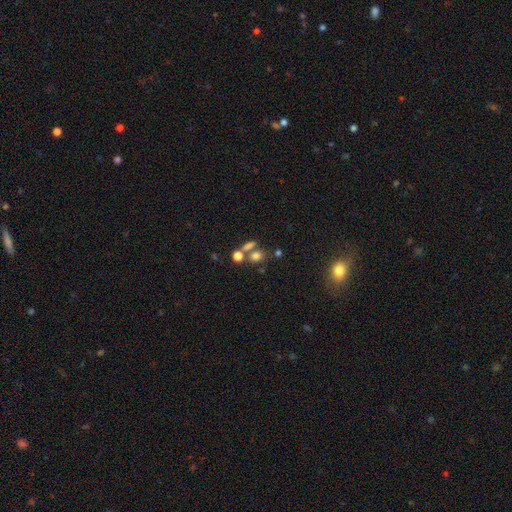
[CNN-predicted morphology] Smooth or featured? Predicted: smooth (p=0.70). How rounded? Predicted: round (p=0.58). Merging? Predicted: none (p=0.48).